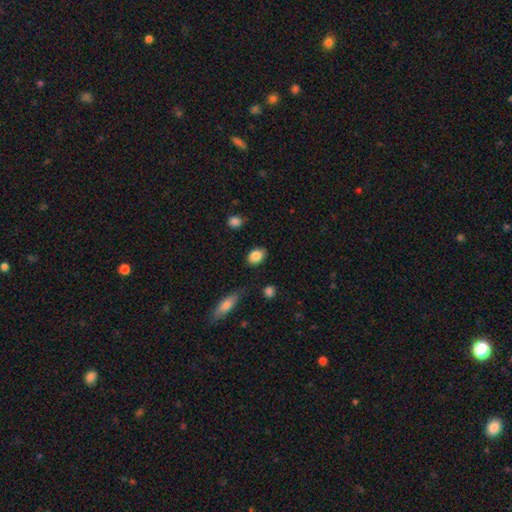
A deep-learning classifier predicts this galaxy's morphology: smooth 86%, star or artifact 8%, featured or disk 6%. Down the decision tree: how rounded — in between (73%); merging — none (83%).